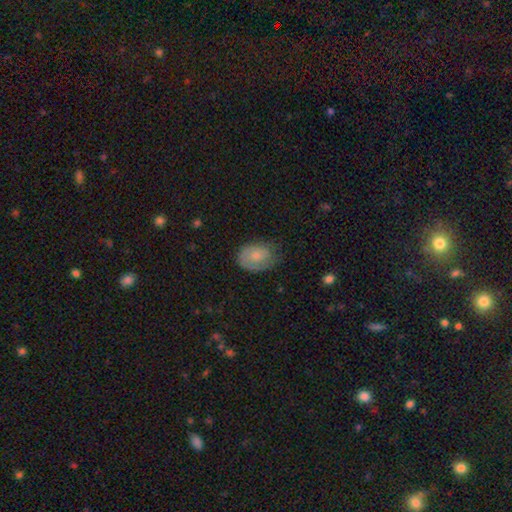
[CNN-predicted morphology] Smooth or featured? Predicted: smooth (p=0.64). How rounded? Predicted: in between (p=0.70). Merging? Predicted: none (p=0.55).